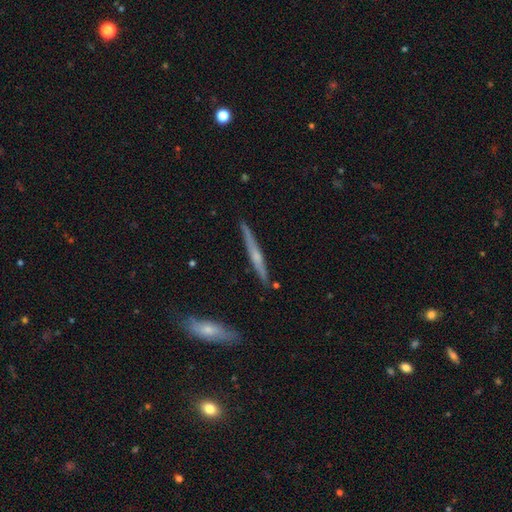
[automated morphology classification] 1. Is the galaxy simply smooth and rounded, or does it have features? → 66% featured or disk, 28% smooth, 6% star or artifact.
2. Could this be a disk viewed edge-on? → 97% yes, 3% no.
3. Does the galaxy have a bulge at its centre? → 65% rounded, 27% none, 8% boxy.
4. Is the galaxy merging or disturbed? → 89% none, 8% minor disturbance, 2% merger, 1% major disturbance.